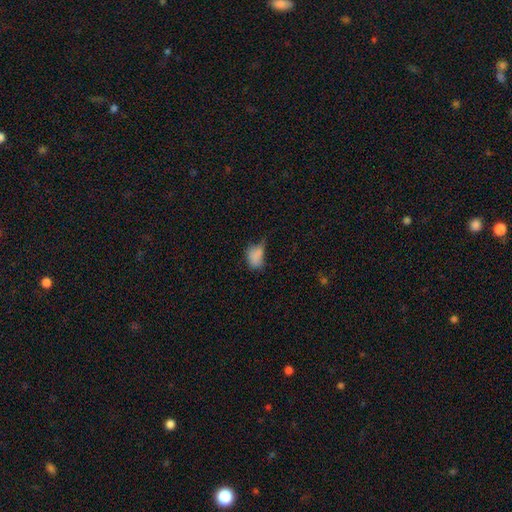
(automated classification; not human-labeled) This is likely a smooth galaxy (77%). How rounded: clearly in between (81%). Merging: marginally minor disturbance (39%).